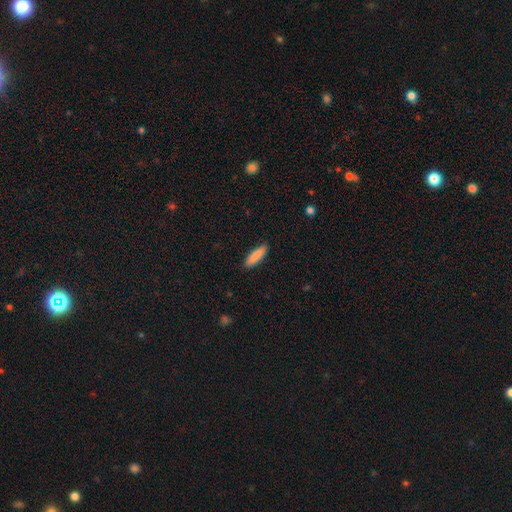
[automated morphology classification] This is clearly a smooth galaxy (89%). How rounded: likely cigar-shaped (63%). Merging: clearly none (89%).